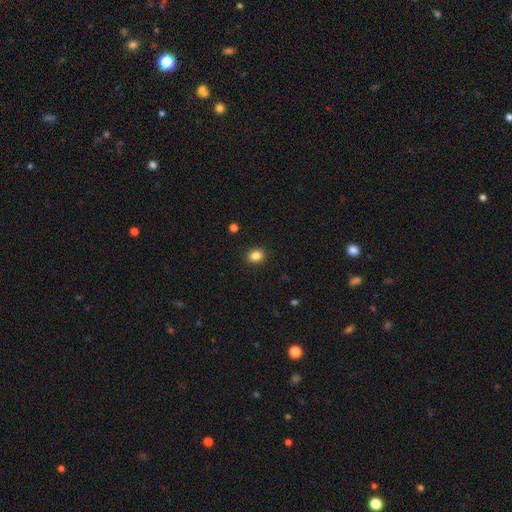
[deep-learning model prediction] Overall: smooth (85%). How rounded: round (51%; in between 48%). Merging: none (90%).